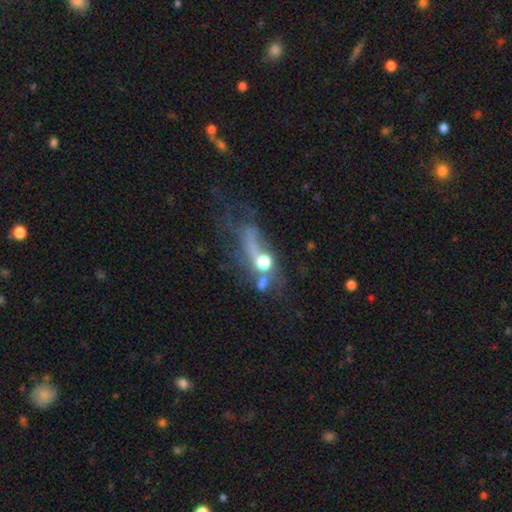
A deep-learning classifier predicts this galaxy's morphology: A featured or disk galaxy (45%). Merging: none (31%).